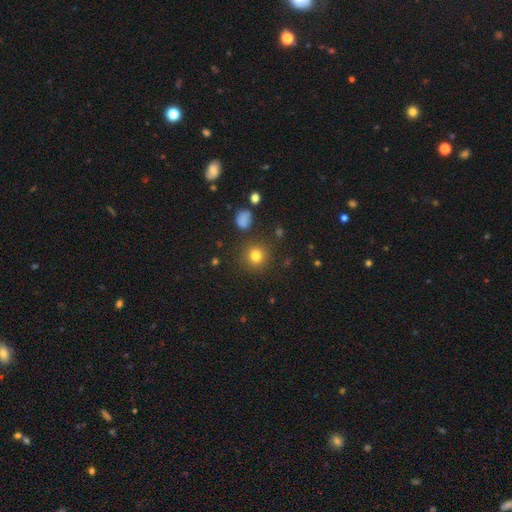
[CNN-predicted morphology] Smooth or featured? Predicted: smooth (p=0.80). How rounded? Predicted: round (p=0.91). Merging? Predicted: none (p=0.87).